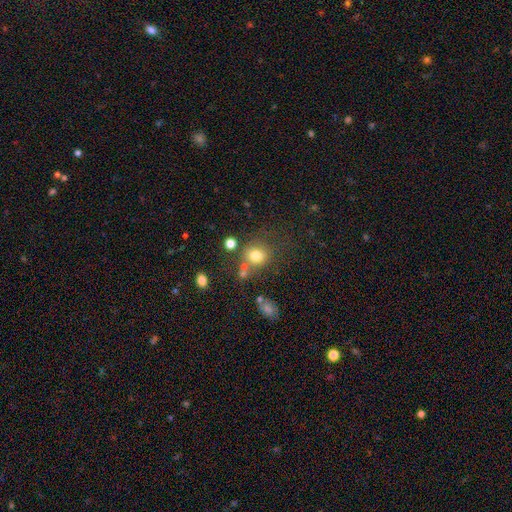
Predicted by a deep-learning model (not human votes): A smooth galaxy with no disk features (76%) that is round (80%).

Vote fractions:
- Smooth or featured? smooth: 76% / star or artifact: 15% / featured or disk: 9%
- How rounded? round: 80% / in between: 19% / cigar-shaped: 1%
- Merging? none: 64% / minor disturbance: 14% / merger: 14% / major disturbance: 7%